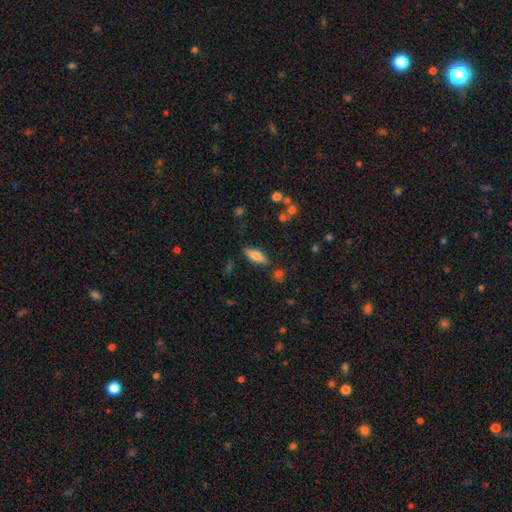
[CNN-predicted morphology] type=smooth (65%); roundness=in between (63%); merging=none (80%).